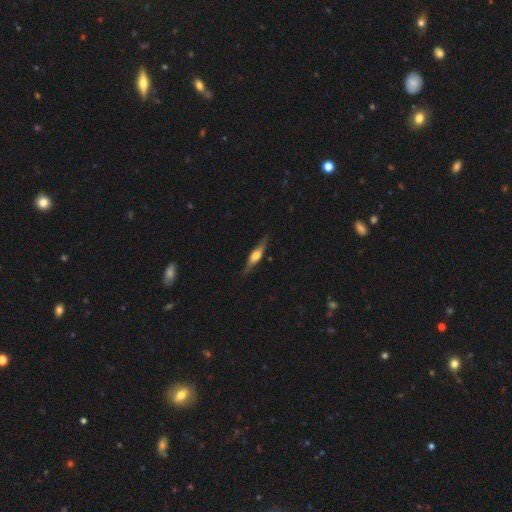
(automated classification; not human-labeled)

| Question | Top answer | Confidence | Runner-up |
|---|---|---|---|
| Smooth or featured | featured or disk | 66% | smooth (29%) |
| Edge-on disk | yes | 94% | no (6%) |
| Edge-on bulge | rounded | 84% | boxy (12%) |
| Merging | none | 84% | minor disturbance (12%) |